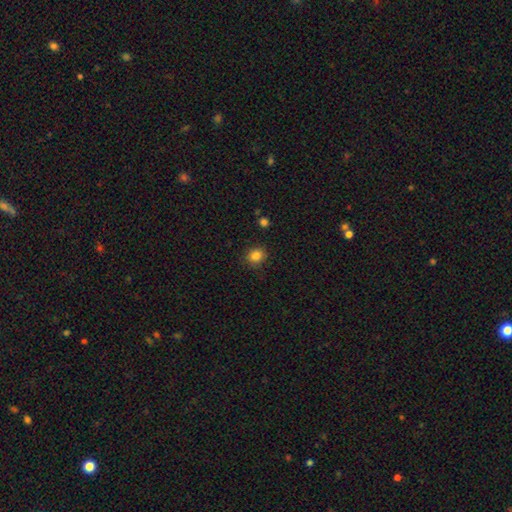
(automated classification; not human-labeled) smooth 84%, star or artifact 11%, featured or disk 4%. Down the decision tree: how rounded — round (82%); merging — none (87%).